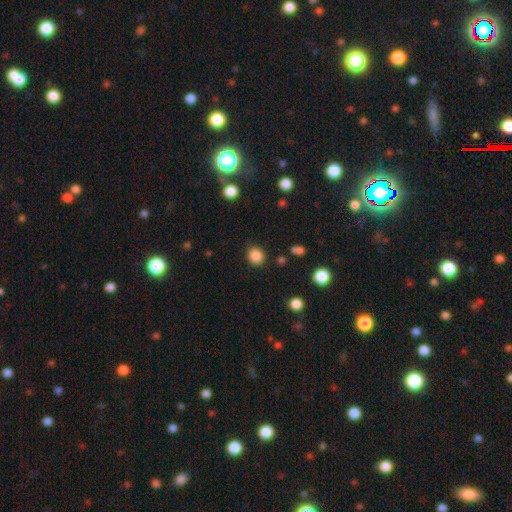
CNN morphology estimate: smooth_or_featured: smooth (p=0.85) [alt: star or artifact p=0.11]
how_rounded: round (p=0.76) [alt: in between p=0.23]
merging: none (p=0.86) [alt: minor disturbance p=0.09]